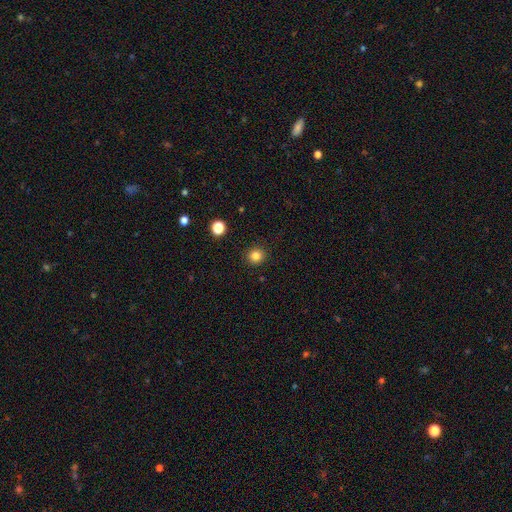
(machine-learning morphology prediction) This appears to be a smooth galaxy with no disk features (83%) that is round (91%). Merging: none (91%).